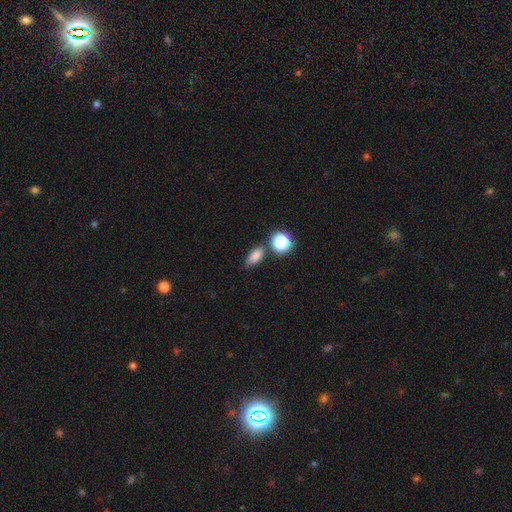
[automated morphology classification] Q: Smooth or featured?
A: smooth (81%); runner-up: star or artifact (14%)
Q: How rounded?
A: in between (79%); runner-up: round (16%)
Q: Merging?
A: none (69%); runner-up: minor disturbance (15%)